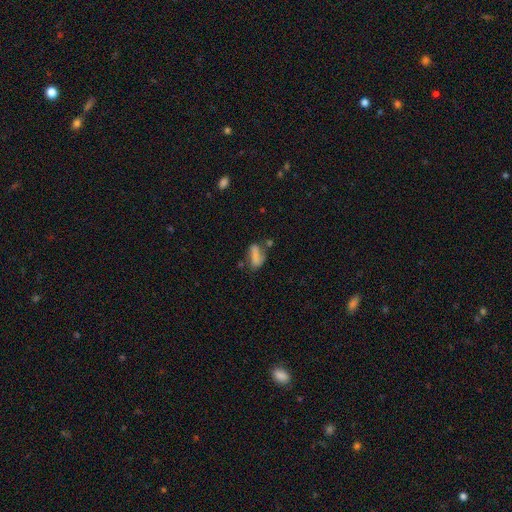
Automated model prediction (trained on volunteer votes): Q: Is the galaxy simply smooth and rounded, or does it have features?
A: smooth — 64%.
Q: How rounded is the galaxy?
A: in between — 72%.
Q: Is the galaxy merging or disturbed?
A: none — 40%.